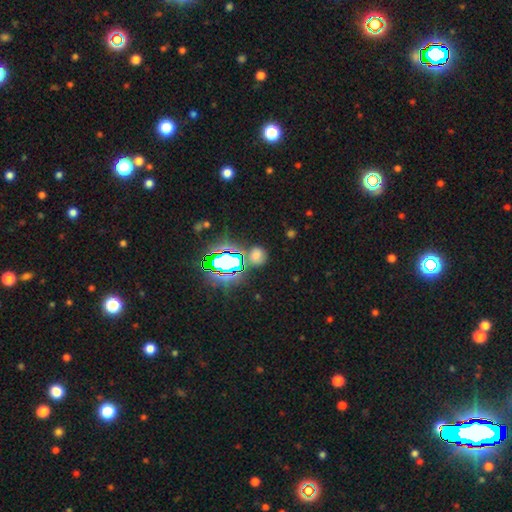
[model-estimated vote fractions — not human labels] smooth 54%, star or artifact 38%, featured or disk 8%. Down the decision tree: how rounded — round (78%); merging — none (76%).